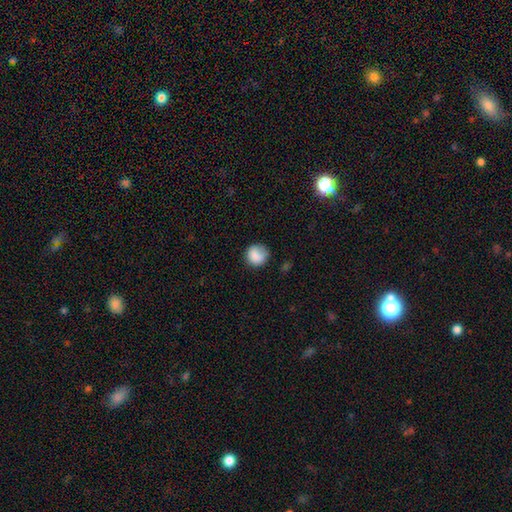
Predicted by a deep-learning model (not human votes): Smooth or featured? Predicted: smooth (p=0.85). How rounded? Predicted: round (p=0.89). Merging? Predicted: none (p=0.75).